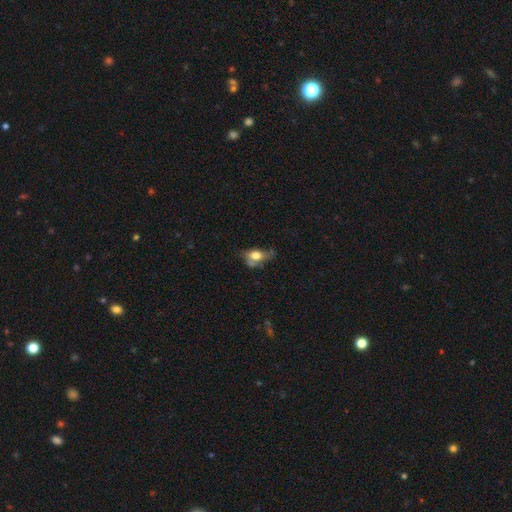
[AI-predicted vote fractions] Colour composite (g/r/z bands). It shows a smooth galaxy with no disk features (65%) that is in between round and cigar-shaped (81%). Merging: minor disturbance (33%).